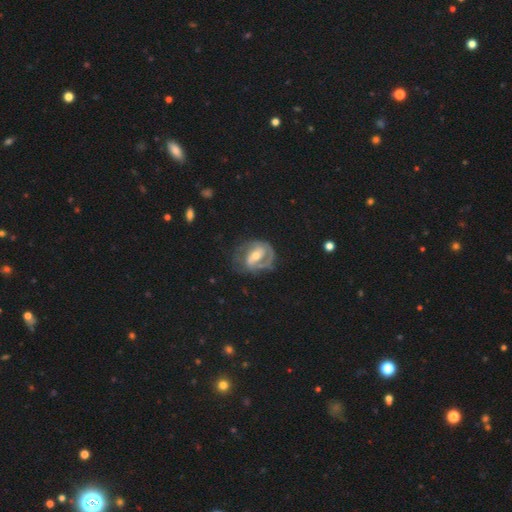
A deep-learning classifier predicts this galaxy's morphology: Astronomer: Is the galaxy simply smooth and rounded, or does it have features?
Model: featured or disk — 79%.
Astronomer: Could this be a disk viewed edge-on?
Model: no — 97%.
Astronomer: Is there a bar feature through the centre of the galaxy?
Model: weak — 42% (runner-up: strong, 31%).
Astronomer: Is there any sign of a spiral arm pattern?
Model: yes — 83%.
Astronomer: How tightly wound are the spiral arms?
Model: medium — 41%, tied with tight at 41%.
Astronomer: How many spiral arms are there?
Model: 2 — 51% (runner-up: 1, 27%).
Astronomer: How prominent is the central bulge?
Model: moderate — 56% (runner-up: small, 38%).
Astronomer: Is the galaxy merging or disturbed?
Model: none — 51%.